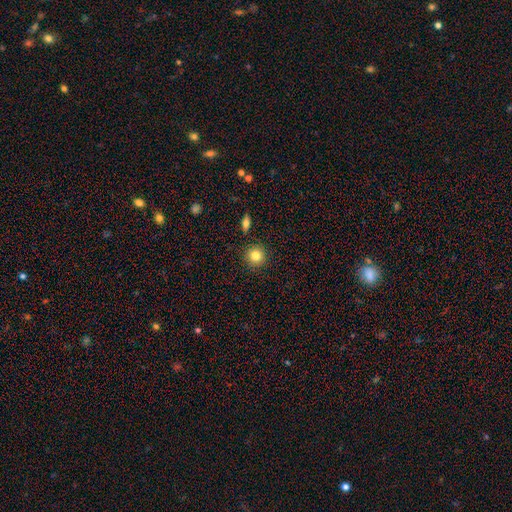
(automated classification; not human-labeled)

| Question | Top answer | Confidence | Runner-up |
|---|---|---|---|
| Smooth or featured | smooth | 83% | star or artifact (10%) |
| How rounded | round | 93% | in between (6%) |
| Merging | none | 89% | minor disturbance (6%) |